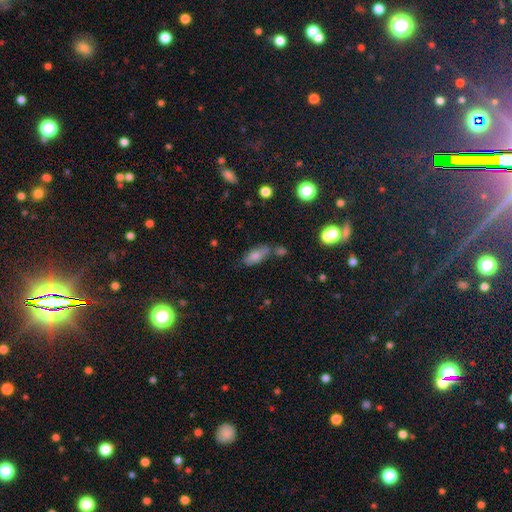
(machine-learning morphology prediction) Smooth or featured: smooth — 76% (featured or disk — 15%)
How rounded: in between — 79% (cigar-shaped — 18%)
Merging: none — 57% (minor disturbance — 22%)